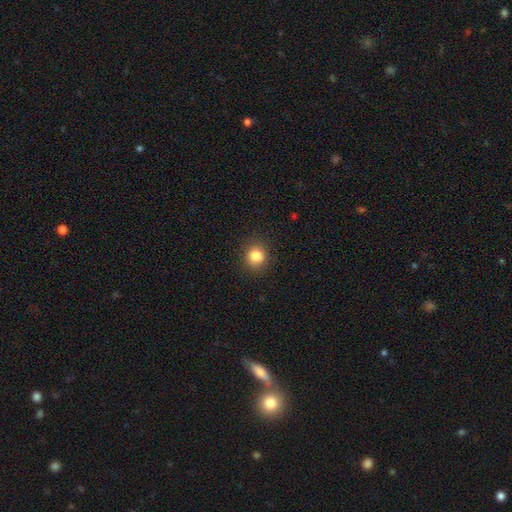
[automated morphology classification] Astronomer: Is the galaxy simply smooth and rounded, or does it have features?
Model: smooth — 84%.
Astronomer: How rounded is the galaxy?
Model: round — 87%.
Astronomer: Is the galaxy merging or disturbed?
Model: none — 89%.